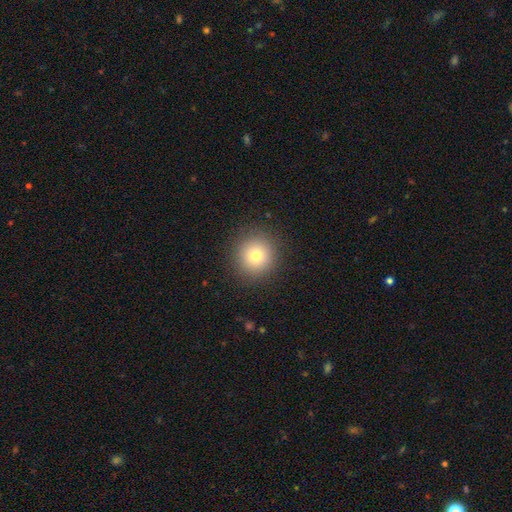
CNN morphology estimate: Smooth or featured? Predicted: smooth (p=0.77). How rounded? Predicted: round (p=0.93). Merging? Predicted: none (p=0.90).